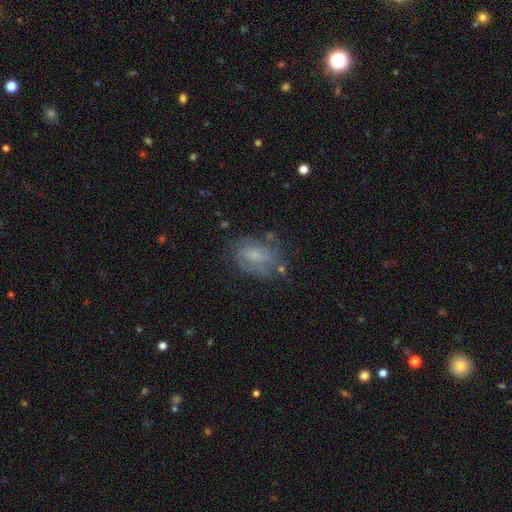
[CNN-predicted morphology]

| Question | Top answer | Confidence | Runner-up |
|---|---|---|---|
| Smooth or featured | featured or disk | 49% | smooth (40%) |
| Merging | none | 57% | minor disturbance (25%) |